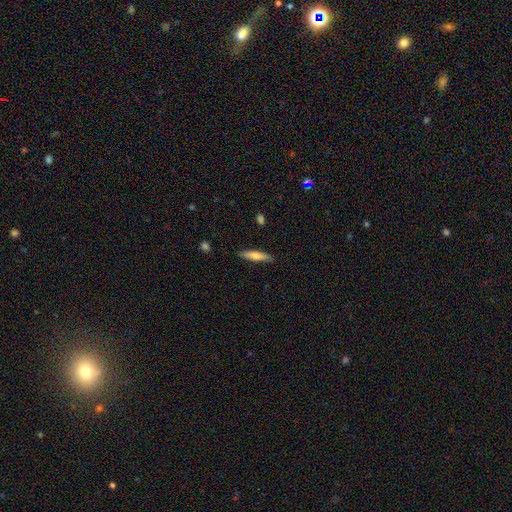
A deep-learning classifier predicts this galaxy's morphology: This appears to be a smooth galaxy with no disk features (69%) that is cigar-shaped (81%). Merging: none (86%).